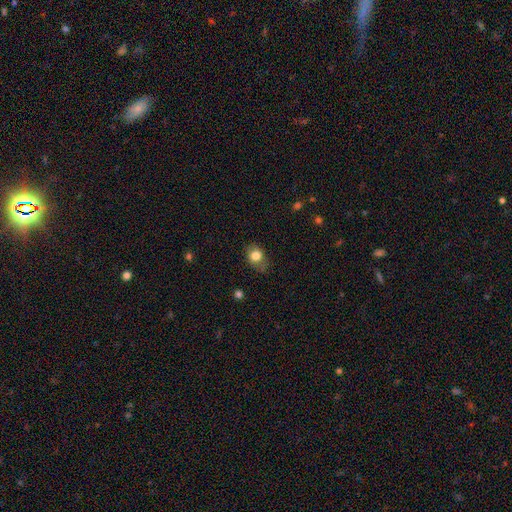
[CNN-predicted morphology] The model was most divided on "how rounded": in between: 50%, round: 49%, cigar-shaped: 1%. More confident: smooth or featured — smooth (80%); merging — none (67%).